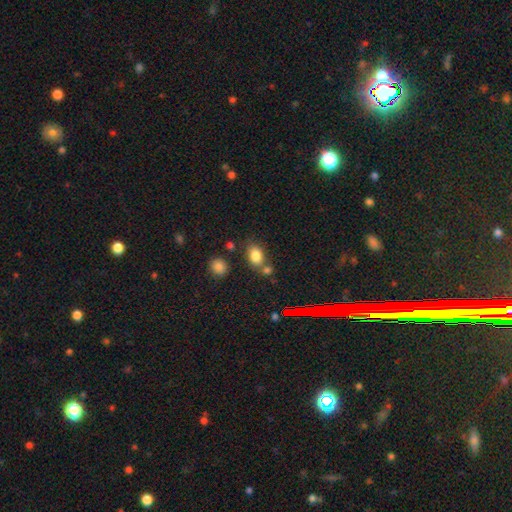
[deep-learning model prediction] Q: Smooth or featured?
A: smooth (81%); runner-up: star or artifact (12%)
Q: How rounded?
A: in between (78%); runner-up: round (21%)
Q: Merging?
A: none (62%); runner-up: merger (21%)